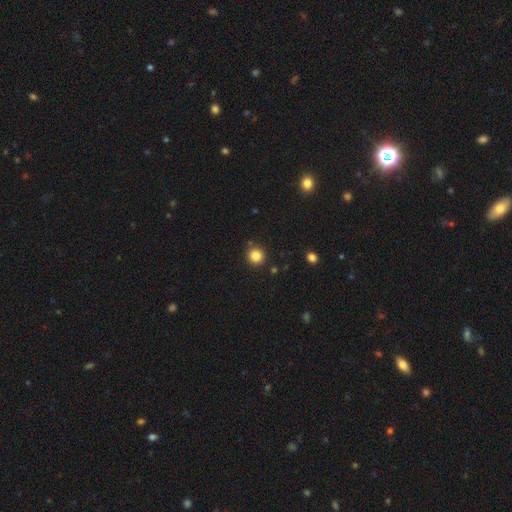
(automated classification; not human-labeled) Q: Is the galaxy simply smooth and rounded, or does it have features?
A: smooth — 84%.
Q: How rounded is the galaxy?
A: round — 92%.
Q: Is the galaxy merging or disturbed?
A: none — 87%.